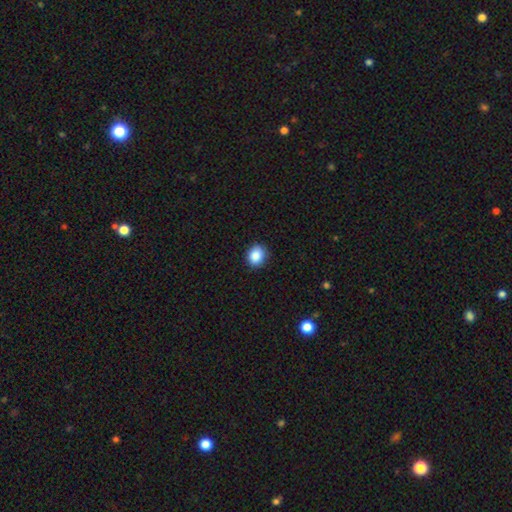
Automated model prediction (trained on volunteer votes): smooth-or-featured: smooth: 87% | star or artifact: 9% | featured or disk: 4%
  how-rounded: round: 67% | in between: 32% | cigar-shaped: 1%
  merging: none: 88% | minor disturbance: 9% | major disturbance: 2% | merger: 1%